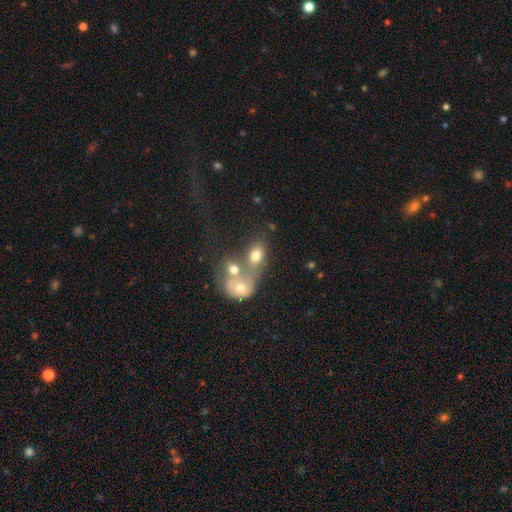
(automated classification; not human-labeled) Smooth or featured? smooth (67%)
How rounded? in between (70%)
Merging? merger (56%)